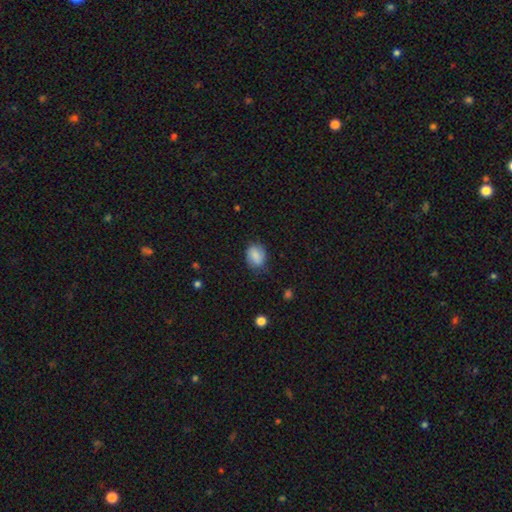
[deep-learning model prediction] Smooth or featured? smooth (78%)
How rounded? in between (59%)
Merging? none (70%)